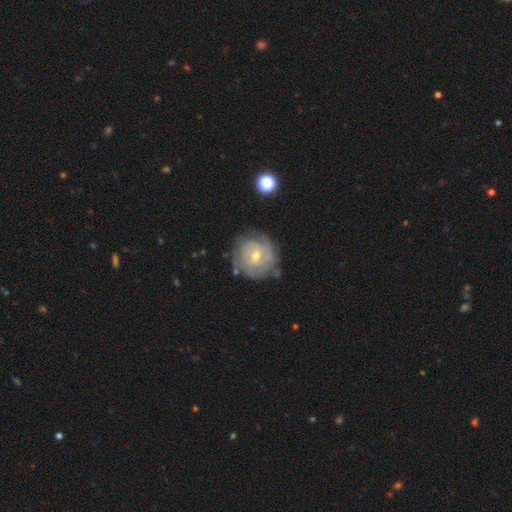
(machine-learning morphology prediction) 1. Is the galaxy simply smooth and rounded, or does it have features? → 68% featured or disk, 25% smooth, 7% star or artifact.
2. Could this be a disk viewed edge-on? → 97% no, 3% yes.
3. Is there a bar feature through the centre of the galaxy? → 59% no, 34% weak, 7% strong.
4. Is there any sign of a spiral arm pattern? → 77% yes, 23% no.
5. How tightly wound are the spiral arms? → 74% tight, 20% medium, 7% loose.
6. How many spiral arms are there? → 53% can't tell, 23% 2, 11% 3, 5% 4, 5% 1, 3% more than 4.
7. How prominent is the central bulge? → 49% small, 48% moderate, 1% large, 1% none, 1% dominant.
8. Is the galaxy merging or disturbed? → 73% none, 18% minor disturbance, 7% major disturbance, 3% merger.